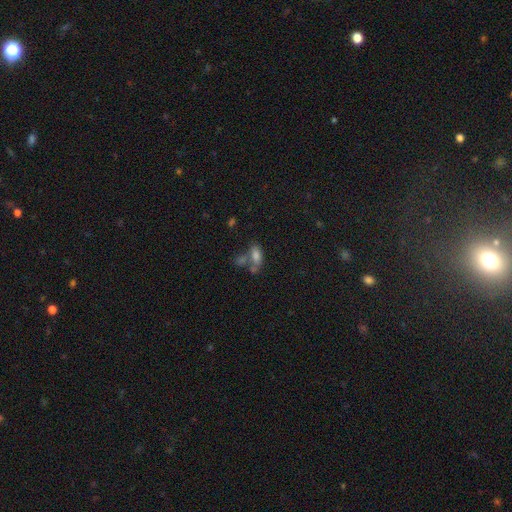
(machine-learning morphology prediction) Q: Smooth or featured?
A: smooth (73%); runner-up: featured or disk (15%)
Q: How rounded?
A: in between (85%); runner-up: cigar-shaped (10%)
Q: Merging?
A: merger (39%); runner-up: none (38%)